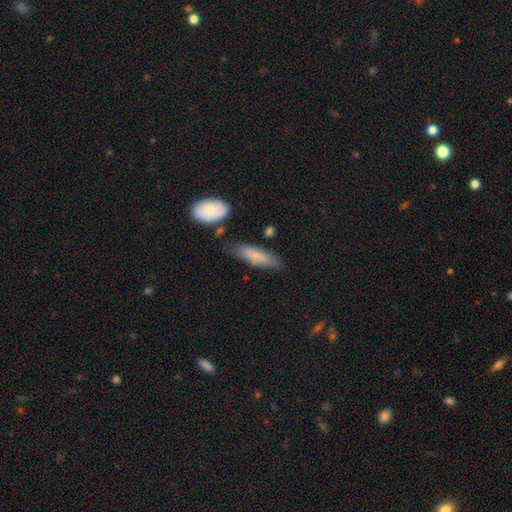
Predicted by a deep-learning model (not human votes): Morphology: type=smooth (75%); roundness=cigar-shaped (60%); merging=none (73%).